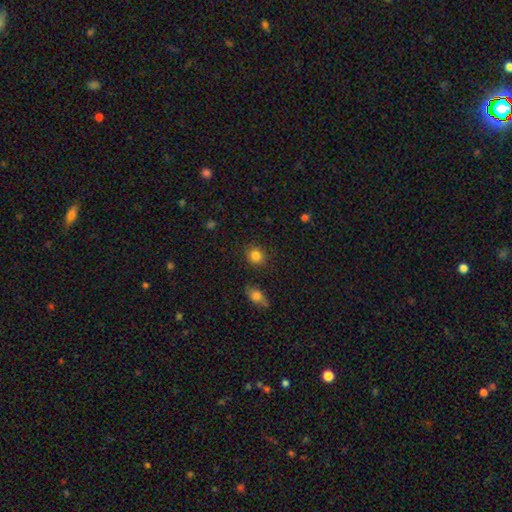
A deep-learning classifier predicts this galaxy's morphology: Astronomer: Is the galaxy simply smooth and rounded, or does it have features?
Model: smooth — 84%.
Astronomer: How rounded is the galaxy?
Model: round — 79%.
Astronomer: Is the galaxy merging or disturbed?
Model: none — 85%.